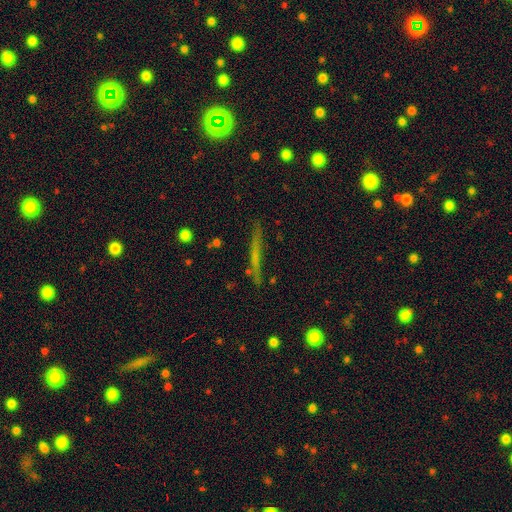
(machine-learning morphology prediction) smooth-or-featured: smooth: 45% | featured or disk: 43% | star or artifact: 12%
  merging: none: 82% | minor disturbance: 12% | major disturbance: 4% | merger: 2%